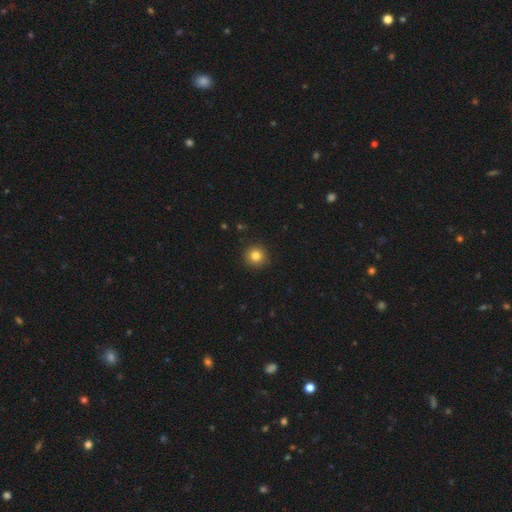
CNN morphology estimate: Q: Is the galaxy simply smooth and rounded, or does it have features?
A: smooth — 83%.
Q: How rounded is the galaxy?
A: round — 95%.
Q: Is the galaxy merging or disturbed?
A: none — 92%.